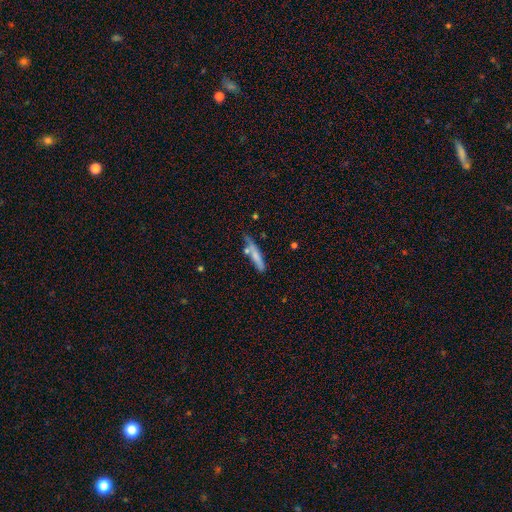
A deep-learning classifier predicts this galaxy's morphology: type=smooth (68%); roundness=cigar-shaped (86%); merging=none (58%).